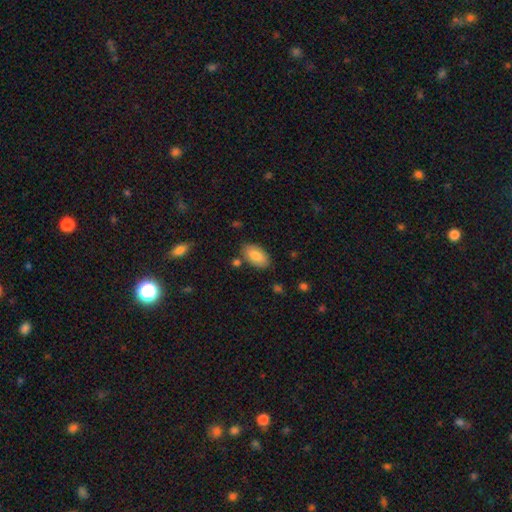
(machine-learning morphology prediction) The model was most divided on "merging": none: 80%, minor disturbance: 13%, merger: 4%, major disturbance: 3%. More confident: how rounded — in between (94%); smooth or featured — smooth (83%).